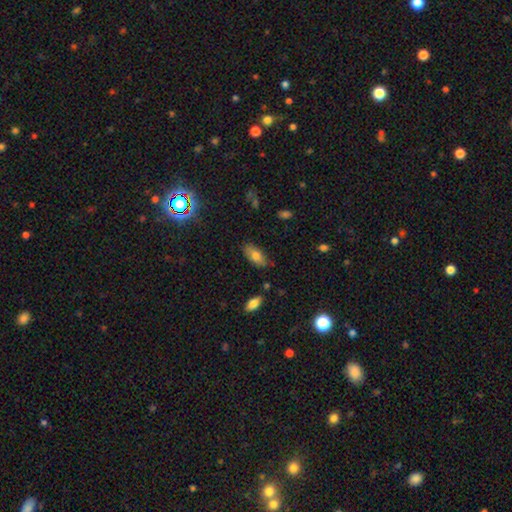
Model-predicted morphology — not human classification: smooth-or-featured: smooth: 73% | featured or disk: 19% | star or artifact: 8%
  how-rounded: in between: 87% | cigar-shaped: 10% | round: 3%
  merging: none: 80% | minor disturbance: 15% | major disturbance: 3% | merger: 2%